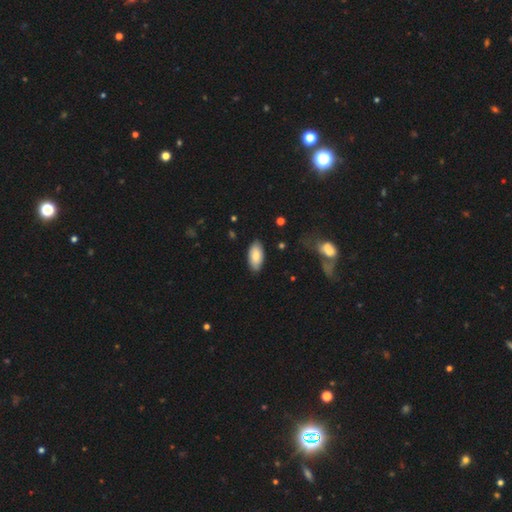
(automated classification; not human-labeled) The model was most divided on "smooth or featured": smooth: 80%, featured or disk: 14%, star or artifact: 6%. More confident: how rounded — in between (93%); merging — none (84%).